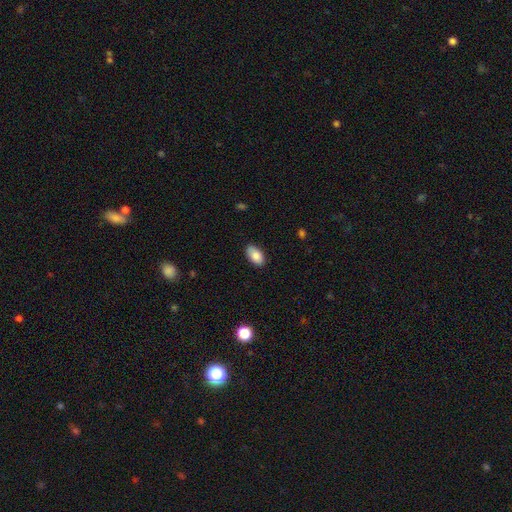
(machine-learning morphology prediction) A smooth galaxy with no disk features (86%) that is in between round and cigar-shaped (94%). Merging: none (83%).